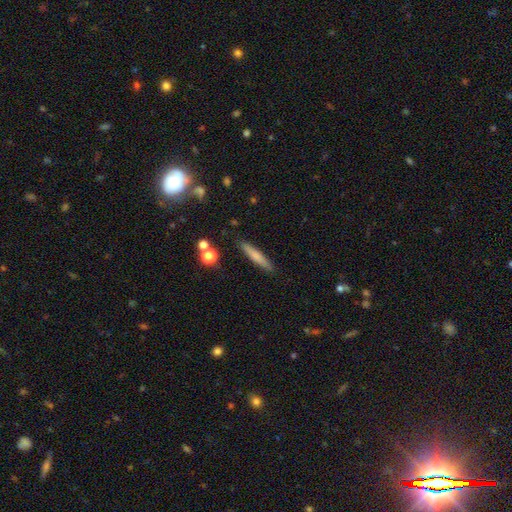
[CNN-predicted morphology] A smooth galaxy with no disk features (70%) that is cigar-shaped (92%). Merging: none (88%).